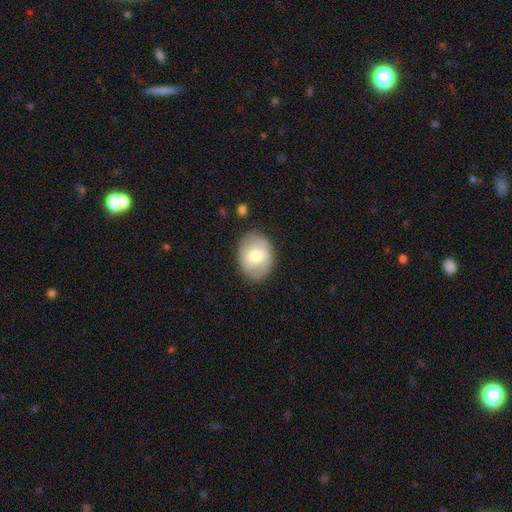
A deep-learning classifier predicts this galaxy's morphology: Overall: smooth (58%; featured or disk 36%). How rounded: in between (61%; round 38%). Merging: none (80%).